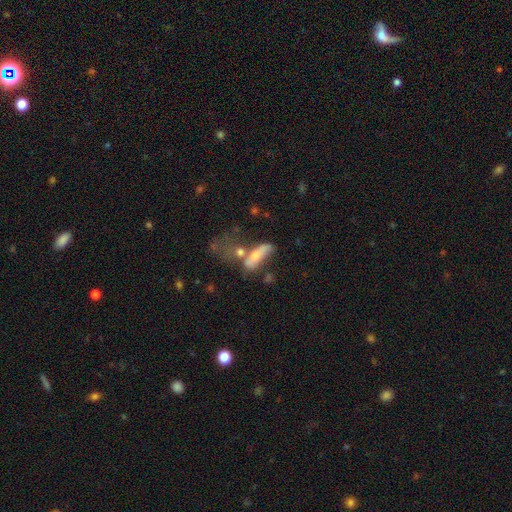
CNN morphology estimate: A smooth galaxy with no disk features (62%) that is in between round and cigar-shaped (51%).

Vote fractions:
- Smooth or featured? smooth: 62% / featured or disk: 29% / star or artifact: 9%
- How rounded? in between: 51% / cigar-shaped: 44% / round: 5%
- Merging? merger: 38% / none: 26% / major disturbance: 19% / minor disturbance: 17%